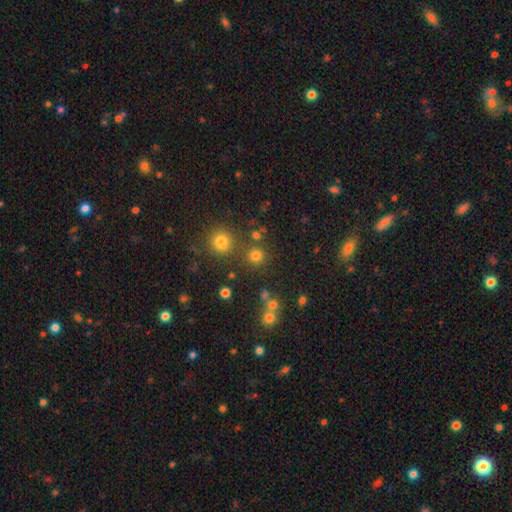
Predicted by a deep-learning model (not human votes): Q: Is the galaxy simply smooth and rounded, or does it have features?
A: smooth — 75%.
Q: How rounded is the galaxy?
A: round — 92%.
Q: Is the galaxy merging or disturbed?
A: none — 80%.